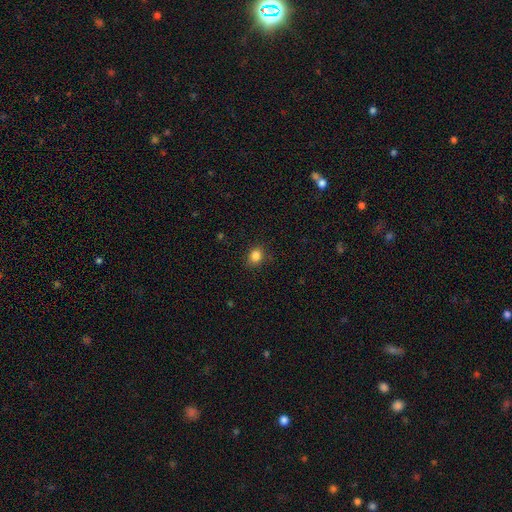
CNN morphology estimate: This appears to be a smooth galaxy with no disk features (84%) that is round (59%). Merging: none (85%).